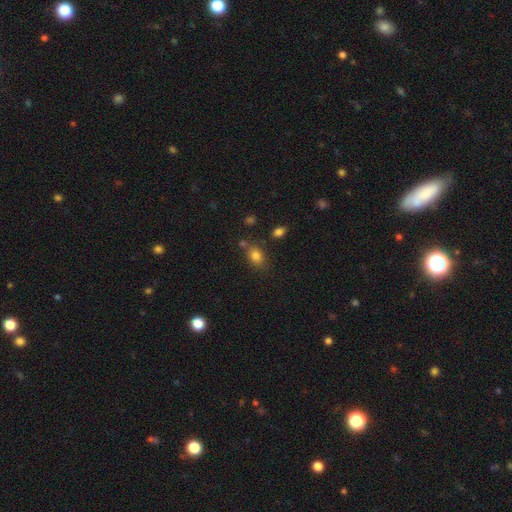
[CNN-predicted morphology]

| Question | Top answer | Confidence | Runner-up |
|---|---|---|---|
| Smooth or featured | smooth | 80% | star or artifact (12%) |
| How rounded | in between | 62% | round (36%) |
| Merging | none | 68% | minor disturbance (16%) |